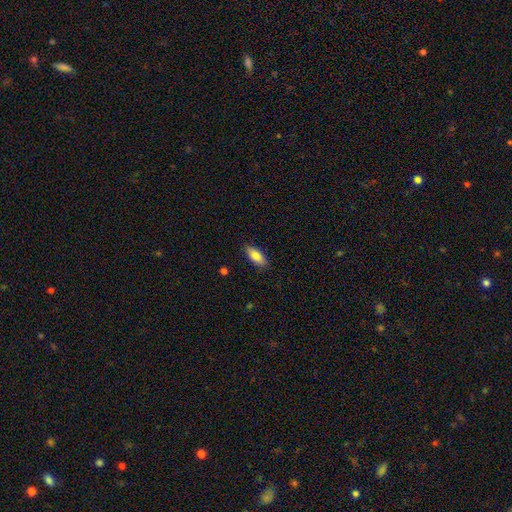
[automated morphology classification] type=smooth (81%); roundness=in between (83%); merging=none (87%).